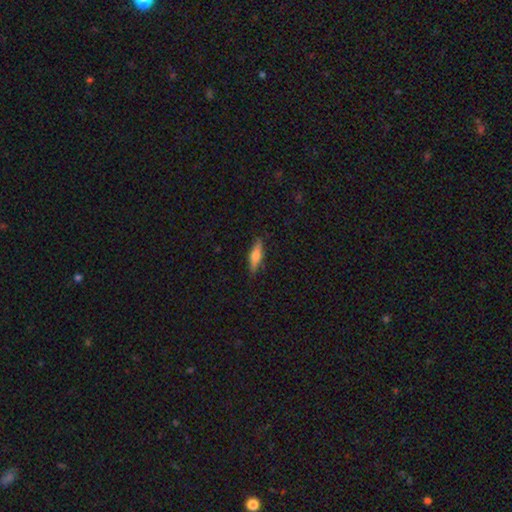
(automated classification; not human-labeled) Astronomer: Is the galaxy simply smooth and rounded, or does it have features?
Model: smooth — 60%.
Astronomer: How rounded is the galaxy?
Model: cigar-shaped — 60% (runner-up: in between, 37%).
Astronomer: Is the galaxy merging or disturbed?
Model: none — 84%.